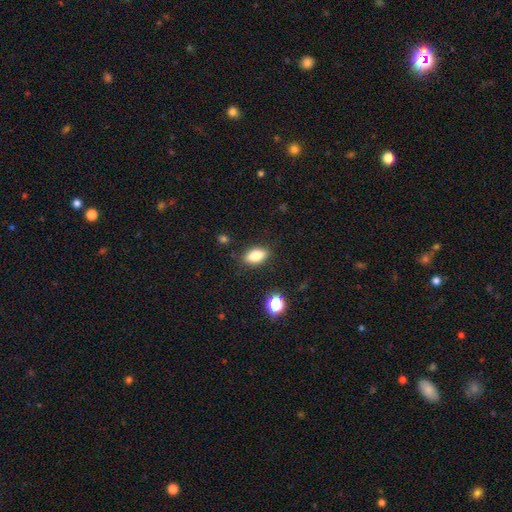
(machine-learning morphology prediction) This appears to be a smooth galaxy with no disk features (79%) that is in between round and cigar-shaped (85%). Merging: none (86%).